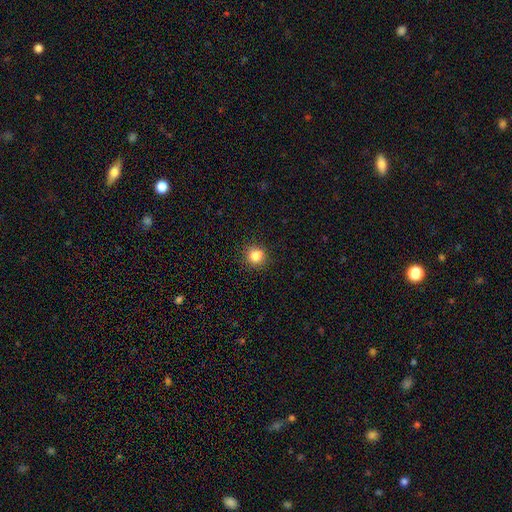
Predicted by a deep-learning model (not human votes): The model was most divided on "how rounded": round: 81%, in between: 18%, cigar-shaped: 1%. More confident: smooth or featured — smooth (83%); merging — none (82%).